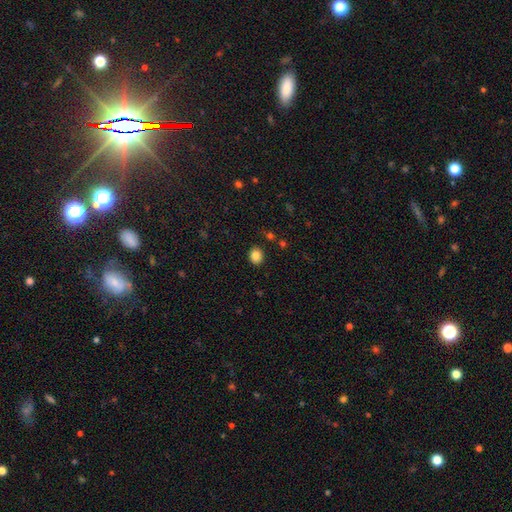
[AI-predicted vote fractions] Q: Smooth or featured?
A: smooth (84%); runner-up: star or artifact (10%)
Q: How rounded?
A: round (63%); runner-up: in between (36%)
Q: Merging?
A: none (88%); runner-up: minor disturbance (8%)